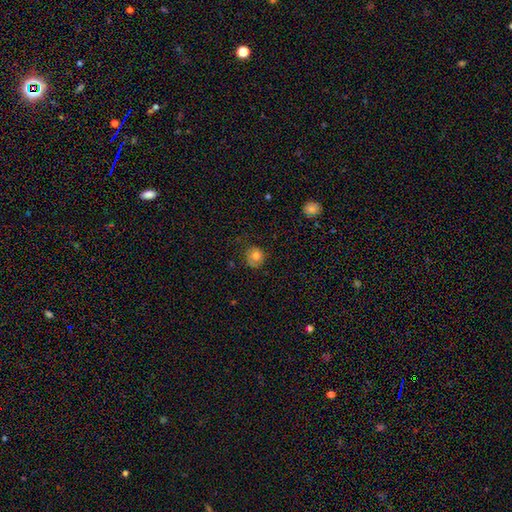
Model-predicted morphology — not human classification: type=smooth (77%); roundness=round (80%); merging=none (67%).